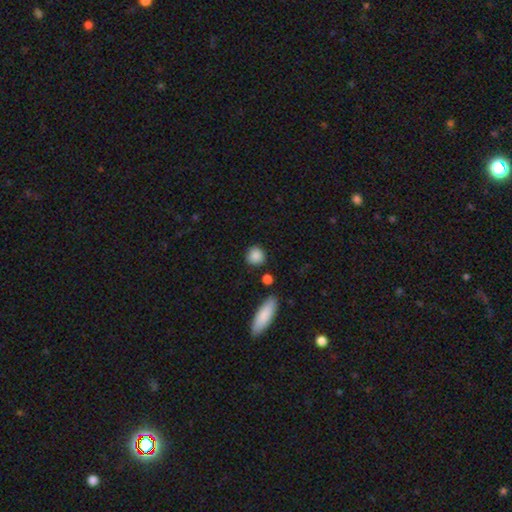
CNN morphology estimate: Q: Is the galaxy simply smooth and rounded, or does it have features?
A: smooth — 87%.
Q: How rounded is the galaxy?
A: round — 83%.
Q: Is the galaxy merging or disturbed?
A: none — 83%.